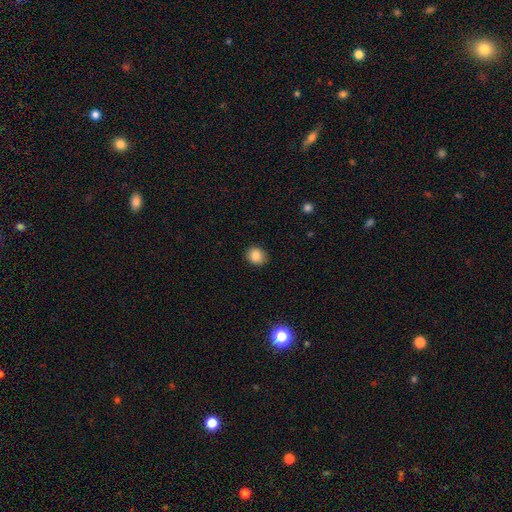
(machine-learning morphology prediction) A smooth galaxy with no disk features (86%) that is round (69%). Merging: none (87%).